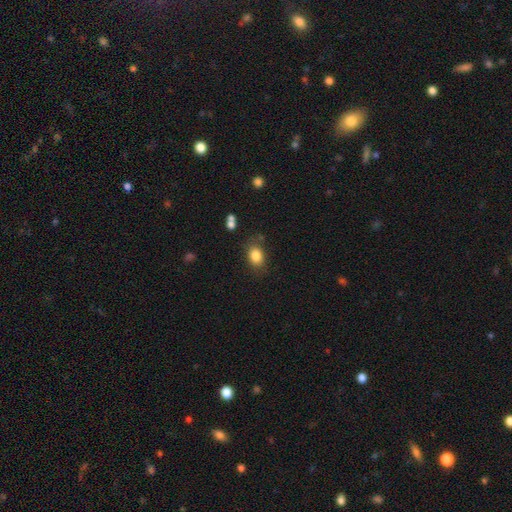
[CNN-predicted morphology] type=smooth (84%); roundness=in between (67%); merging=none (76%).